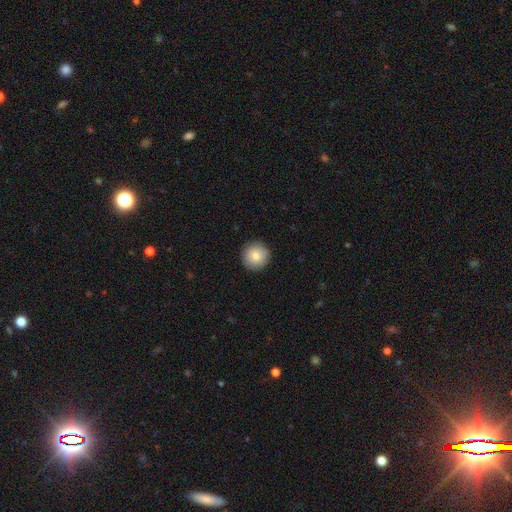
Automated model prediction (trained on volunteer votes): Smooth or featured: smooth — 83% (featured or disk — 9%)
How rounded: round — 95% (in between — 4%)
Merging: none — 91% (minor disturbance — 6%)